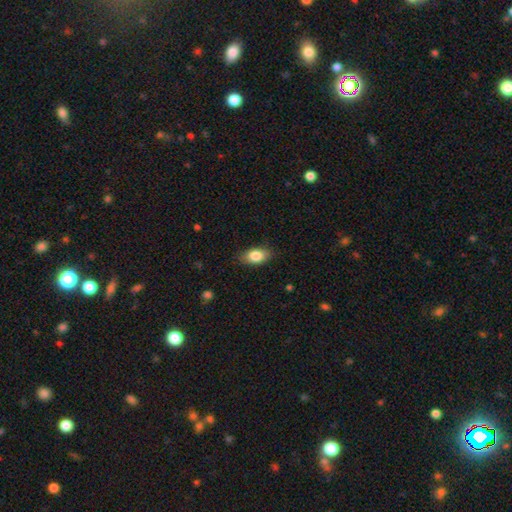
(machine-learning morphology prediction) Smooth or featured?
  - smooth: 84% *
  - featured or disk: 9%
  - star or artifact: 7%
How rounded?
  - in between: 90% *
  - round: 7%
  - cigar-shaped: 3%
Merging?
  - none: 84% *
  - minor disturbance: 13%
  - major disturbance: 3%
  - merger: 1%